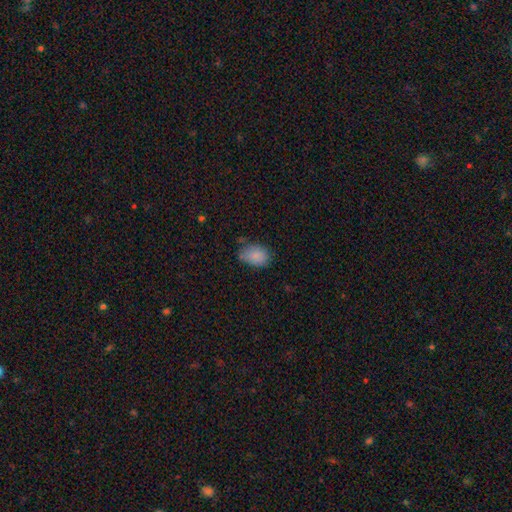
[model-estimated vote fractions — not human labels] Smooth or featured? Predicted: smooth (p=0.85). How rounded? Predicted: in between (p=0.82). Merging? Predicted: none (p=0.66).